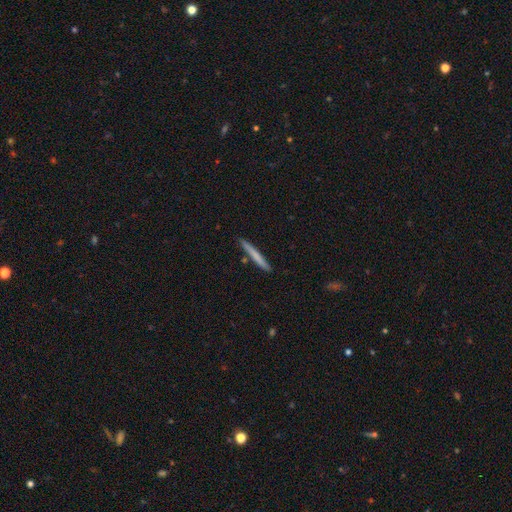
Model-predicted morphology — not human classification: smooth-or-featured: smooth: 65% | featured or disk: 29% | star or artifact: 6%
  how-rounded: cigar-shaped: 97% | in between: 2% | round: 1%
  merging: none: 87% | minor disturbance: 8% | merger: 3% | major disturbance: 2%